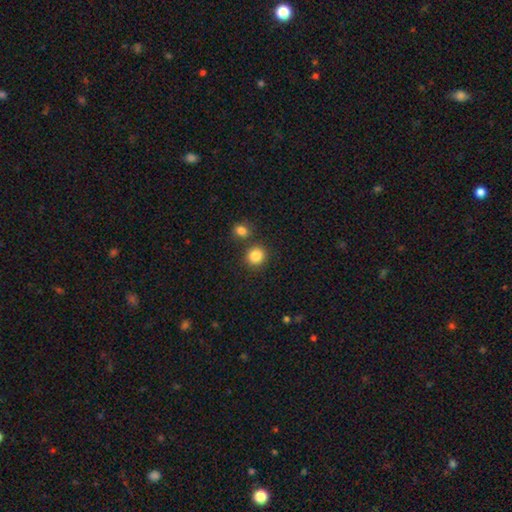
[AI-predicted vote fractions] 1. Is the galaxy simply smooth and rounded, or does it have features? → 86% smooth, 10% star or artifact, 5% featured or disk.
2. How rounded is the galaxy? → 87% round, 12% in between, 1% cigar-shaped.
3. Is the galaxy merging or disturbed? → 79% none, 11% merger, 7% minor disturbance, 2% major disturbance.